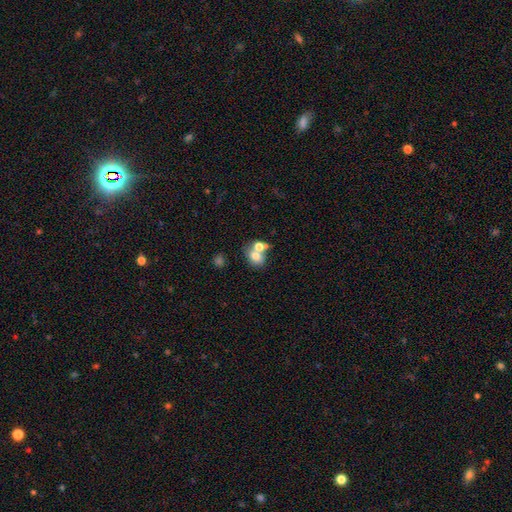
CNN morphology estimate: This appears to be a smooth galaxy with no disk features (71%) that is round (51%). Merging: merger (49%).